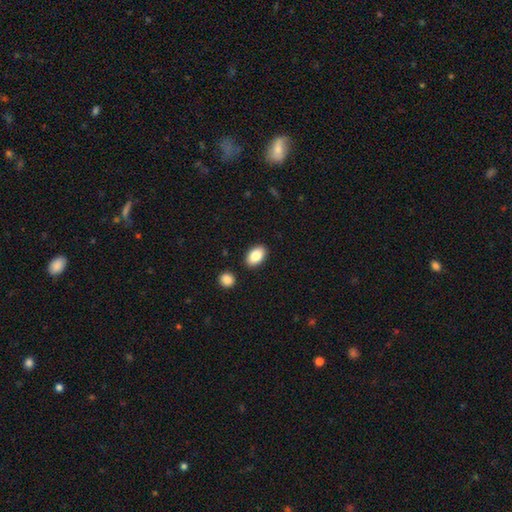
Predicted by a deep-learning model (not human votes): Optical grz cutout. It shows a smooth galaxy with no disk features (86%) that is in between round and cigar-shaped (91%). Merging: none (88%).